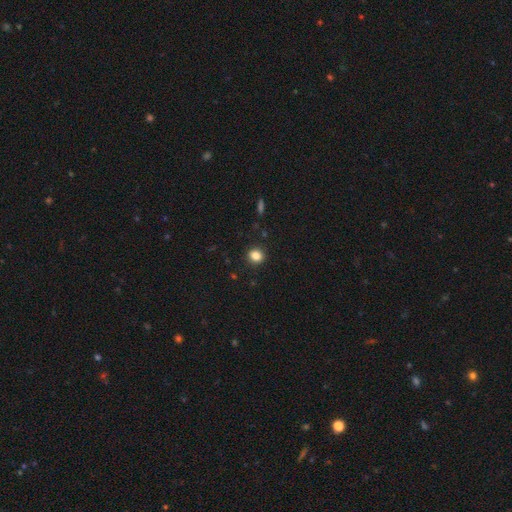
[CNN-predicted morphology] Overall: smooth (84%). How rounded: round (78%). Merging: none (90%).